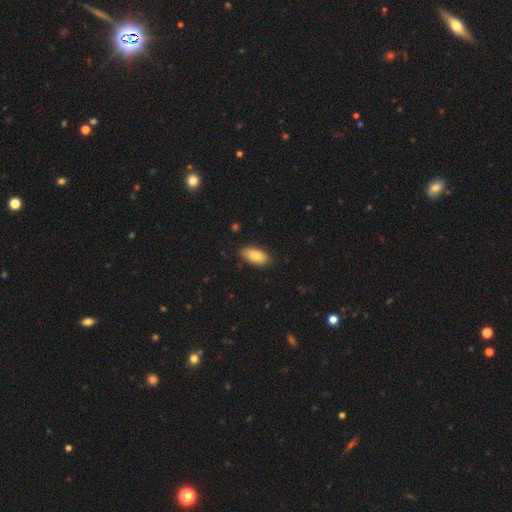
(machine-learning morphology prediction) smooth-or-featured: smooth: 80% | featured or disk: 13% | star or artifact: 6%
  how-rounded: in between: 92% | cigar-shaped: 5% | round: 3%
  merging: none: 86% | minor disturbance: 11% | major disturbance: 2% | merger: 1%